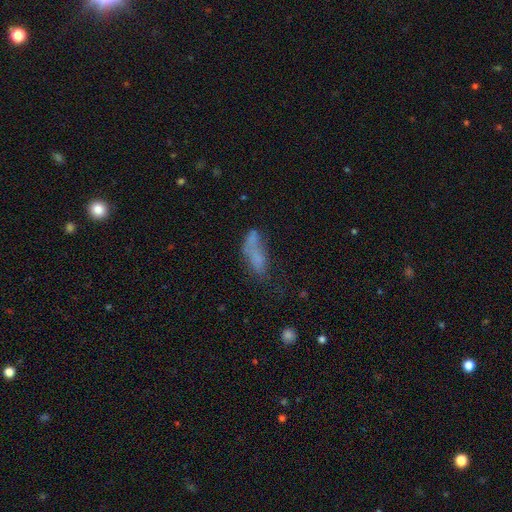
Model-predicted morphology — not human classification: Overall: smooth (58%; featured or disk 27%). How rounded: in between (68%). Merging: none (31%; major disturbance 25%).